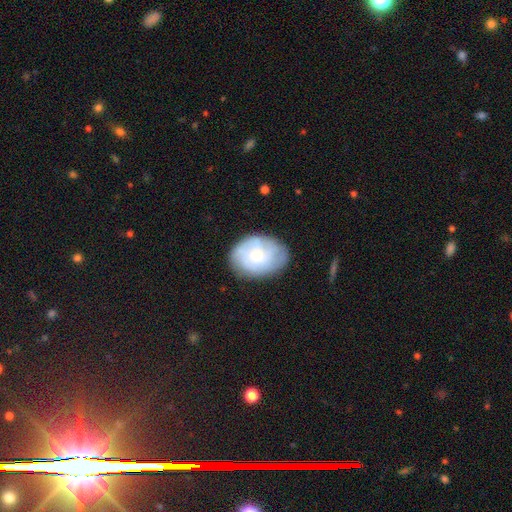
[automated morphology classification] A smooth galaxy with no disk features (48%). Merging: none (73%).